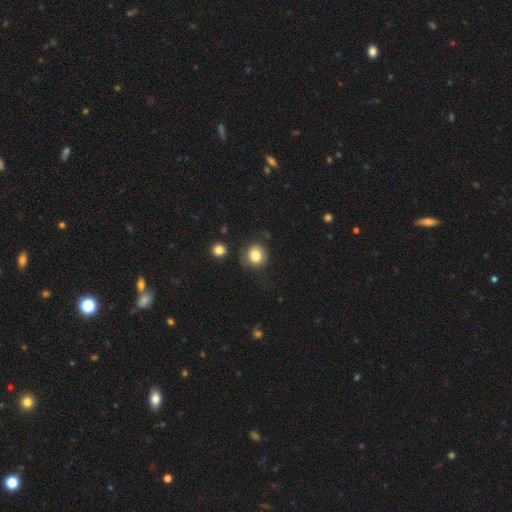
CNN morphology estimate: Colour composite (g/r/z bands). It shows a smooth galaxy with no disk features (80%) that is round (85%). Merging: none (76%).